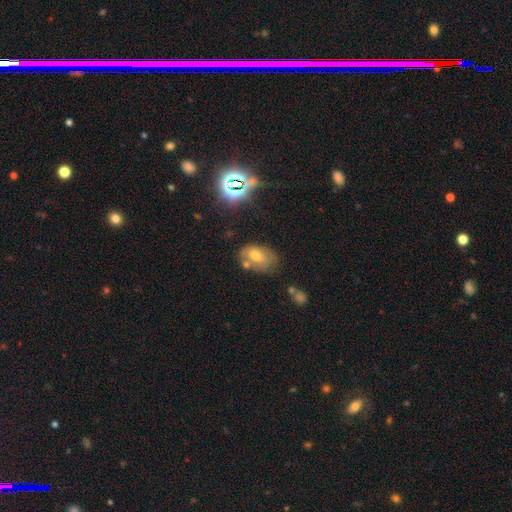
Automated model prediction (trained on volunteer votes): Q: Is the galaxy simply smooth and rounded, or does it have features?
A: smooth — 53%.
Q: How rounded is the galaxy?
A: in between — 85%.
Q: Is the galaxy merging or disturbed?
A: none — 55%.